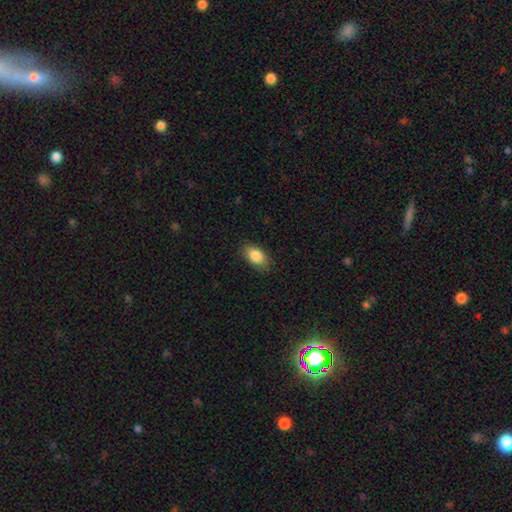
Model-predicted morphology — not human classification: A smooth galaxy with no disk features (86%) that is in between round and cigar-shaped (89%).

Vote fractions:
- Smooth or featured? smooth: 86% / star or artifact: 7% / featured or disk: 7%
- How rounded? in between: 89% / round: 9% / cigar-shaped: 2%
- Merging? none: 84% / minor disturbance: 12% / major disturbance: 3% / merger: 1%